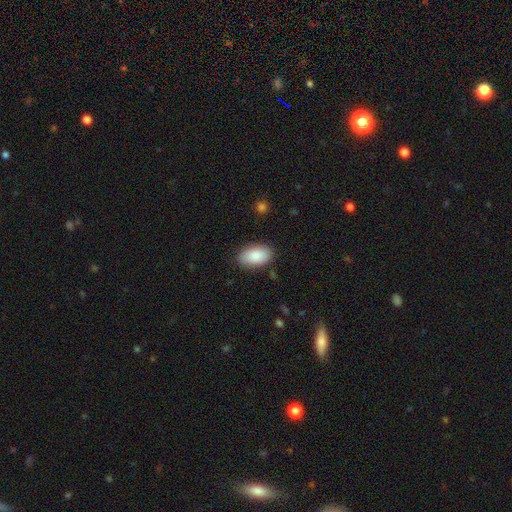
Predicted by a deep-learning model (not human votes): Smooth or featured? Predicted: smooth (p=0.87). How rounded? Predicted: in between (p=0.94). Merging? Predicted: none (p=0.85).